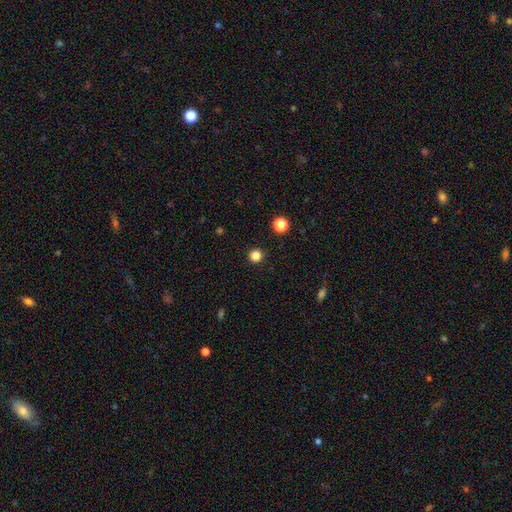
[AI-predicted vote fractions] A smooth galaxy with no disk features (84%) that is round (95%). Merging: none (93%).